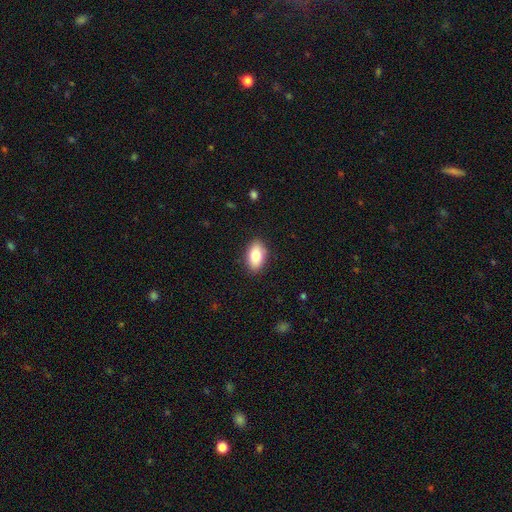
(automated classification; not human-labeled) smooth-or-featured: smooth: 82% | featured or disk: 11% | star or artifact: 7%
  how-rounded: in between: 92% | round: 6% | cigar-shaped: 3%
  merging: none: 88% | minor disturbance: 9% | major disturbance: 2% | merger: 1%